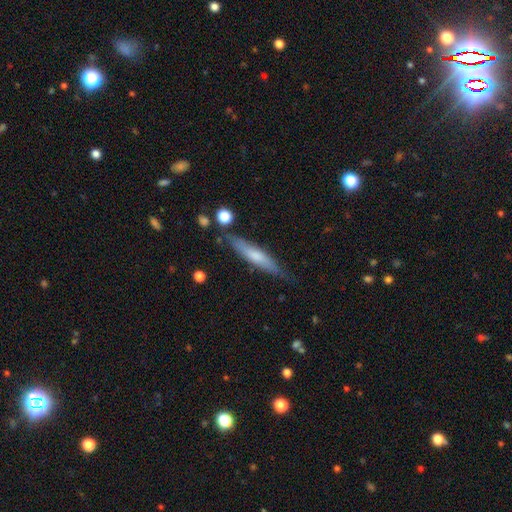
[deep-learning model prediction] Smooth or featured?
  - smooth: 59% *
  - featured or disk: 36%
  - star or artifact: 6%
How rounded?
  - cigar-shaped: 88% *
  - in between: 11%
  - round: 1%
Merging?
  - none: 78% *
  - minor disturbance: 16%
  - major disturbance: 3%
  - merger: 3%